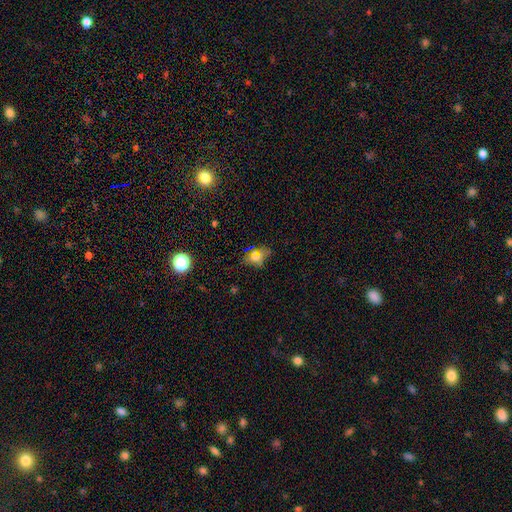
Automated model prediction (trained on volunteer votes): Smooth or featured? smooth (58%)
How rounded? in between (66%)
Merging? none (77%)